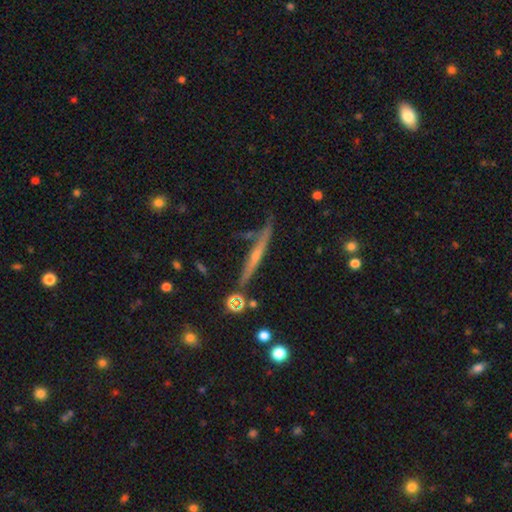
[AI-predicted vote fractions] Smooth or featured? featured or disk (72%)
Edge-on disk? yes (96%)
Edge-on bulge? rounded (59%)
Merging? none (80%)